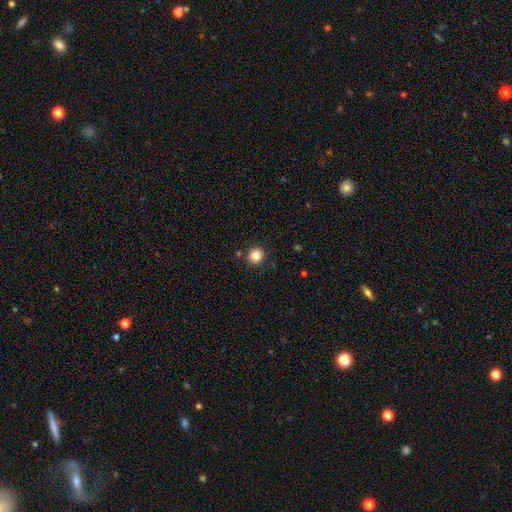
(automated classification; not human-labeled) A smooth galaxy with no disk features (84%) that is round (91%).

Vote fractions:
- Smooth or featured? smooth: 84% / star or artifact: 11% / featured or disk: 5%
- How rounded? round: 91% / in between: 8% / cigar-shaped: 1%
- Merging? none: 90% / minor disturbance: 6% / merger: 2% / major disturbance: 2%